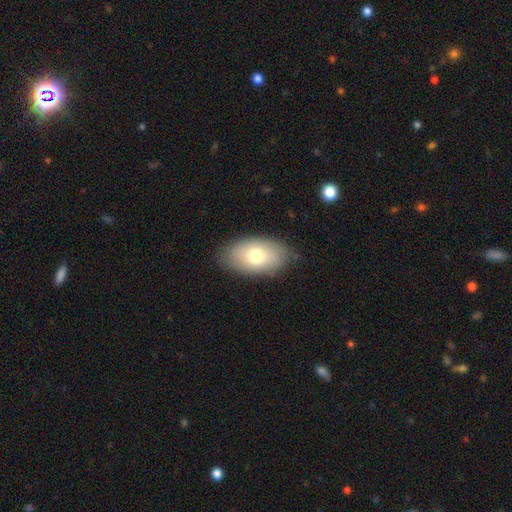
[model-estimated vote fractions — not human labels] Smooth or featured?
  - smooth: 74% *
  - featured or disk: 20%
  - star or artifact: 7%
How rounded?
  - in between: 94% *
  - round: 5%
  - cigar-shaped: 2%
Merging?
  - none: 80% *
  - minor disturbance: 15%
  - major disturbance: 4%
  - merger: 1%